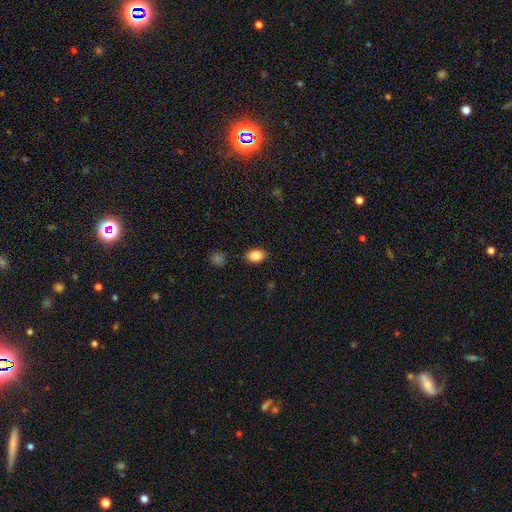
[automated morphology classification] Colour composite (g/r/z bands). It shows a smooth galaxy with no disk features (85%) that is in between round and cigar-shaped (81%). Merging: none (86%).